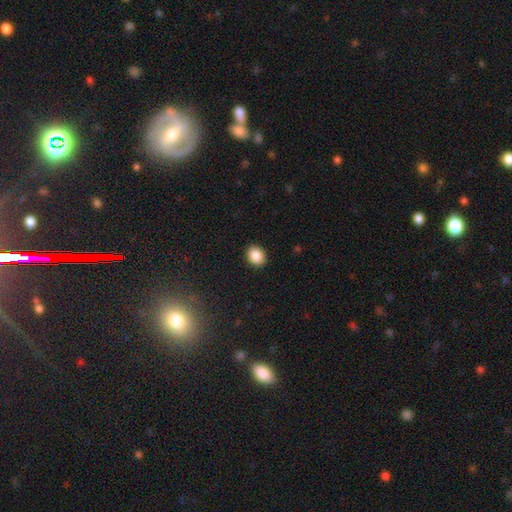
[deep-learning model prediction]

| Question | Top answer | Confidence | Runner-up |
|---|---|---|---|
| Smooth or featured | smooth | 88% | star or artifact (8%) |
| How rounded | round | 50% | tied: in between (50%) |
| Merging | none | 91% | minor disturbance (7%) |